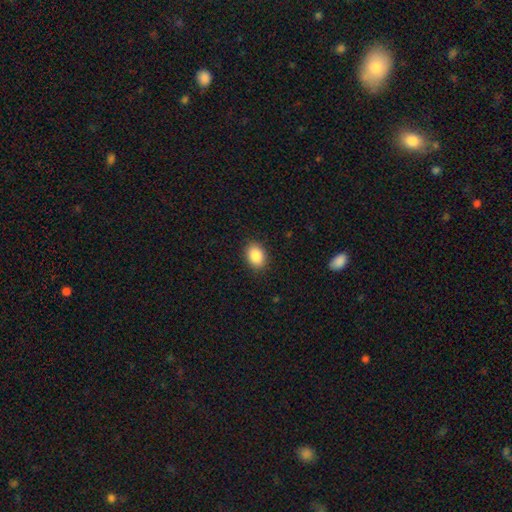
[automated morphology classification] Smooth or featured?
  - smooth: 88% *
  - star or artifact: 8%
  - featured or disk: 4%
How rounded?
  - in between: 73% *
  - round: 26%
  - cigar-shaped: 1%
Merging?
  - none: 89% *
  - minor disturbance: 8%
  - major disturbance: 2%
  - merger: 1%